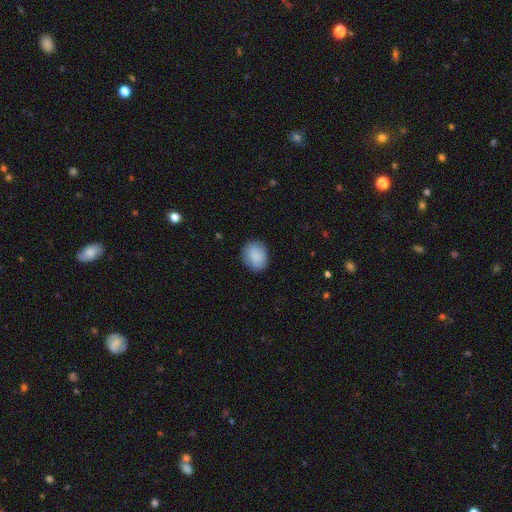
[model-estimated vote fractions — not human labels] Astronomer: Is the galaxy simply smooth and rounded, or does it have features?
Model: smooth — 89%.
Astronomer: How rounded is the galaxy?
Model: in between — 50% (runner-up: round, 48%).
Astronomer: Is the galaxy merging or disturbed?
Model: none — 85%.